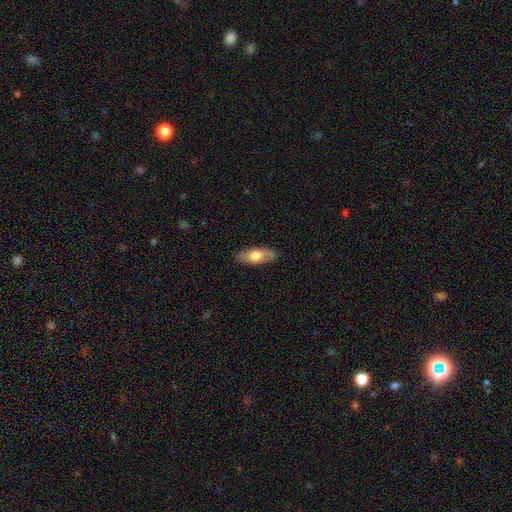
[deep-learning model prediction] Morphology: type=smooth (68%); roundness=in between (74%); merging=none (87%).